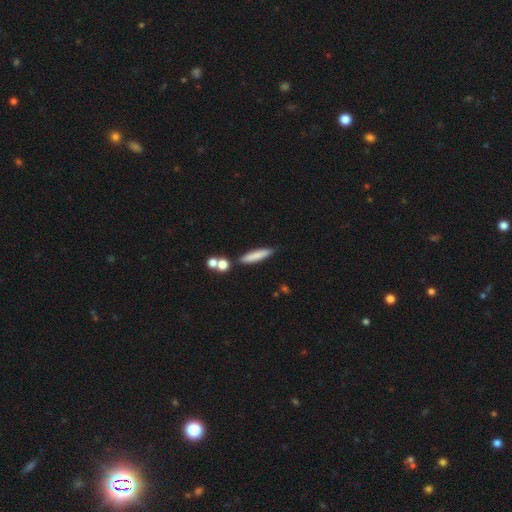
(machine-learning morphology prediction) Smooth or featured? smooth (77%)
How rounded? cigar-shaped (87%)
Merging? none (81%)